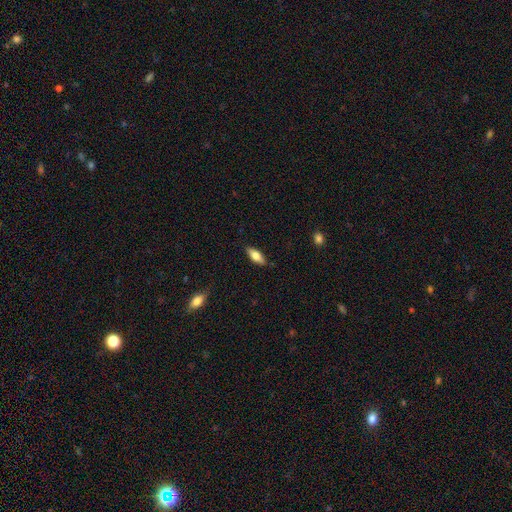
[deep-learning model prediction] Smooth or featured? Predicted: smooth (p=0.68). How rounded? Predicted: in between (p=0.70). Merging? Predicted: none (p=0.86).